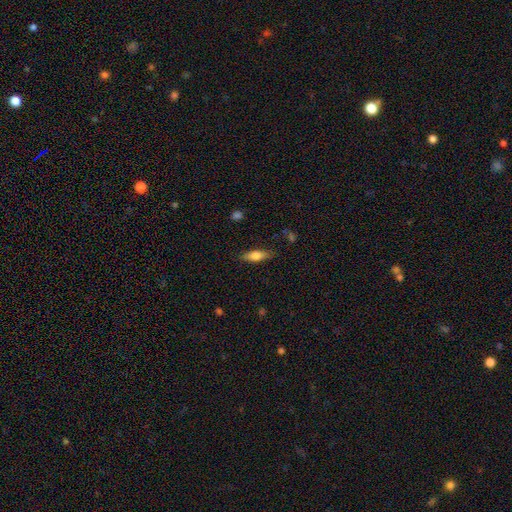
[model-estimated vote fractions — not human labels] Smooth or featured? Predicted: smooth (p=0.73). How rounded? Predicted: in between (p=0.56). Merging? Predicted: none (p=0.83).